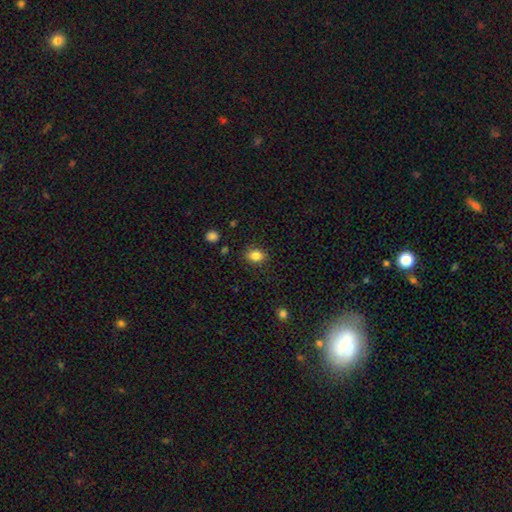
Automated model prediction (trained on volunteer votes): A smooth galaxy with no disk features (84%) that is in between round and cigar-shaped (60%).

Vote fractions:
- Smooth or featured? smooth: 84% / star or artifact: 10% / featured or disk: 6%
- How rounded? in between: 60% / round: 39% / cigar-shaped: 1%
- Merging? none: 85% / minor disturbance: 10% / major disturbance: 3% / merger: 1%